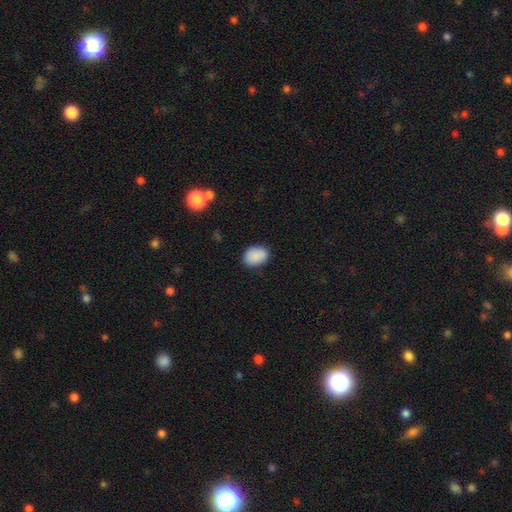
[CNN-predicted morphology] type=smooth (89%); roundness=in between (75%); merging=none (85%).